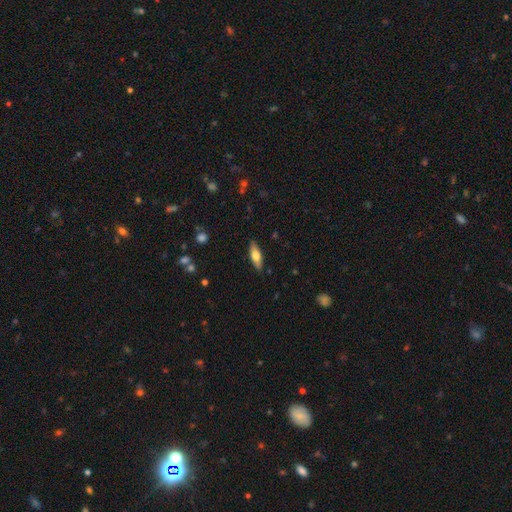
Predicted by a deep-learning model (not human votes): Smooth or featured? Predicted: smooth (p=0.60). How rounded? Predicted: in between (p=0.56). Merging? Predicted: none (p=0.88).